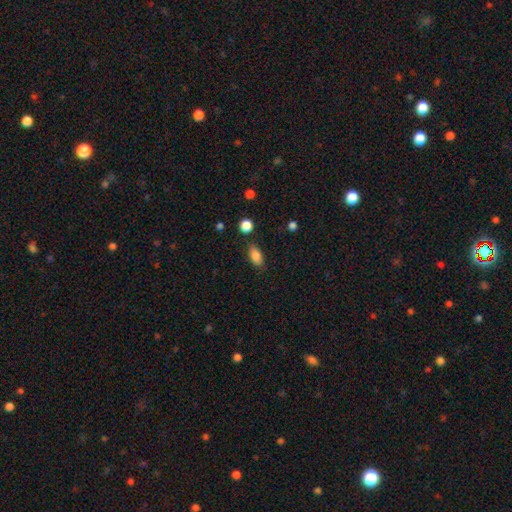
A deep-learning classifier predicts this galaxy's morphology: type=smooth (85%); roundness=in between (88%); merging=none (81%).